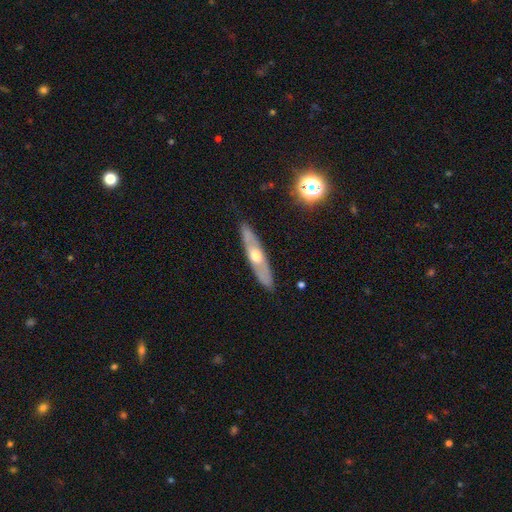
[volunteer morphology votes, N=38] A featured or disk galaxy (76%) viewed edge-on (62%) with a rounded central bulge (100%).

Vote fractions:
- Smooth or featured? featured or disk: 76% / smooth: 18% / star or artifact: 5%
- Edge-on disk? yes: 62% / no: 38%
- Edge-on bulge? rounded: 100% / boxy: 0% / none: 0%
- Merging? none: 89% / minor disturbance: 11% / major disturbance: 0% / merger: 0%